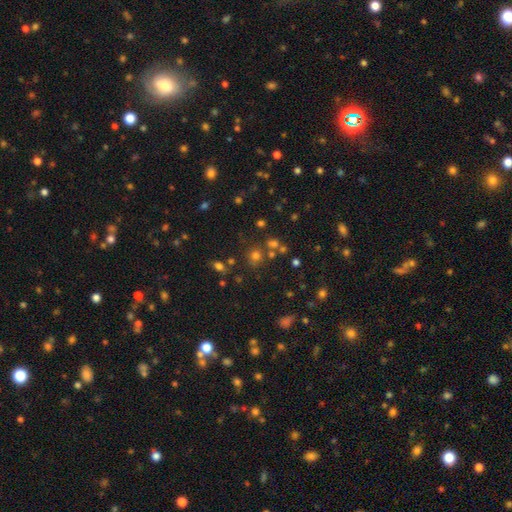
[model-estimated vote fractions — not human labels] A smooth galaxy with no disk features (59%) that is round (86%).

Vote fractions:
- Smooth or featured? smooth: 59% / star or artifact: 32% / featured or disk: 9%
- How rounded? round: 86% / in between: 13% / cigar-shaped: 1%
- Merging? none: 74% / merger: 13% / minor disturbance: 9% / major disturbance: 4%